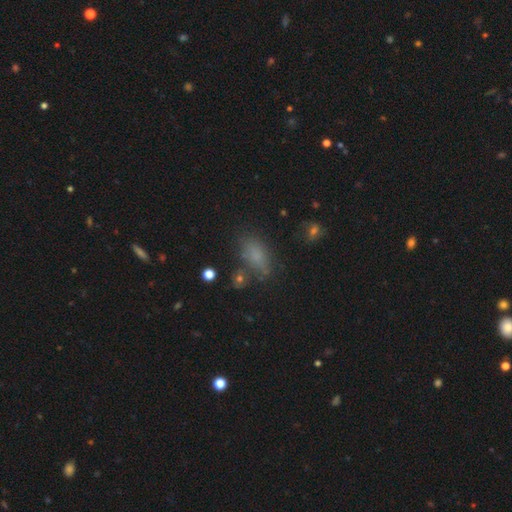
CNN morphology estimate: smooth-or-featured: smooth: 71% | star or artifact: 17% | featured or disk: 11%
  how-rounded: in between: 83% | cigar-shaped: 9% | round: 9%
  merging: none: 63% | minor disturbance: 22% | major disturbance: 10% | merger: 6%